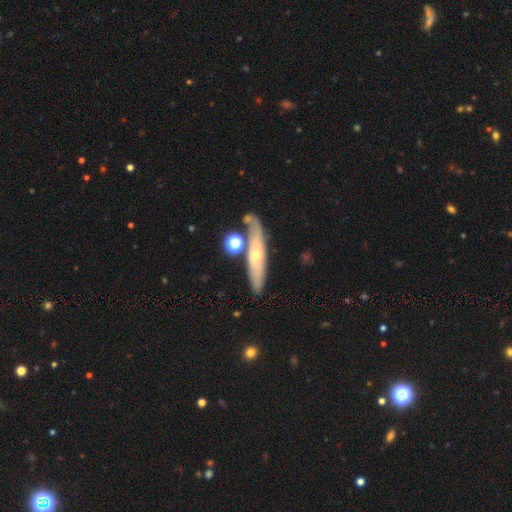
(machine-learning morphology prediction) featured or disk 56%, smooth 36%, star or artifact 8%. Down the decision tree: edge-on disk — yes (60%); merging — none (72%).